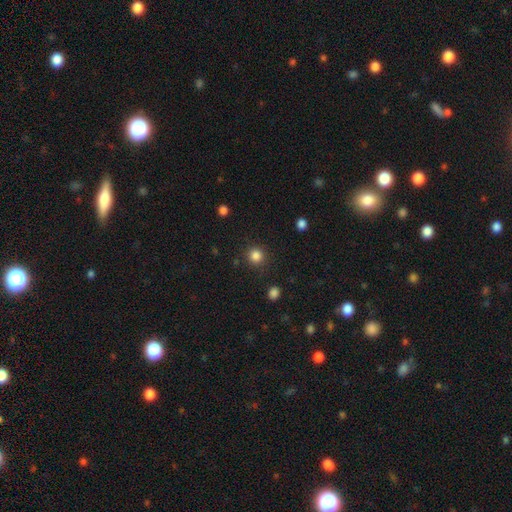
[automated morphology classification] smooth 84%, star or artifact 12%, featured or disk 4%. Down the decision tree: how rounded — round (94%); merging — none (89%).